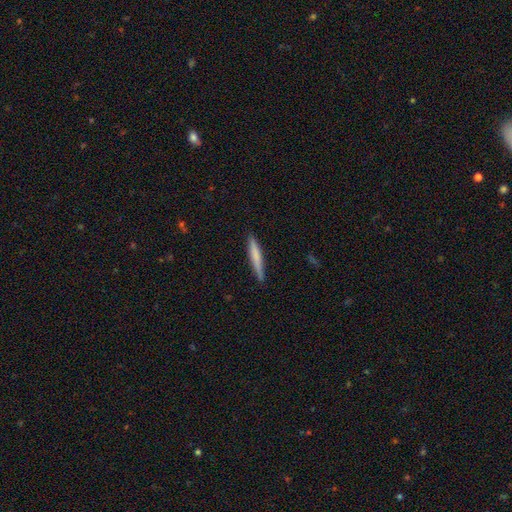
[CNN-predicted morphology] Smooth or featured: smooth — 65% (featured or disk — 29%)
How rounded: cigar-shaped — 95% (in between — 3%)
Merging: none — 89% (minor disturbance — 9%)